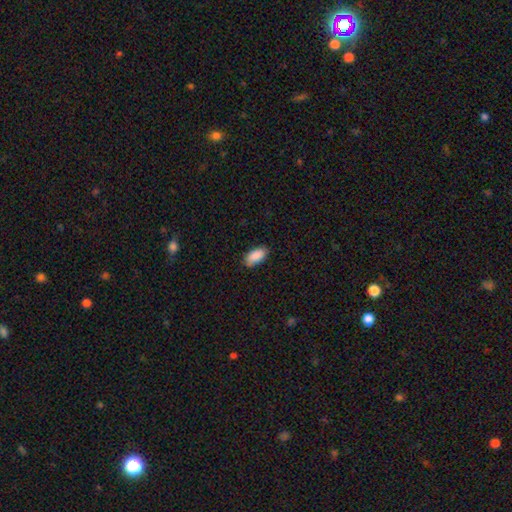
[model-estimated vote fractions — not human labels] smooth 89%, star or artifact 6%, featured or disk 4%. Down the decision tree: how rounded — in between (92%); merging — none (82%).